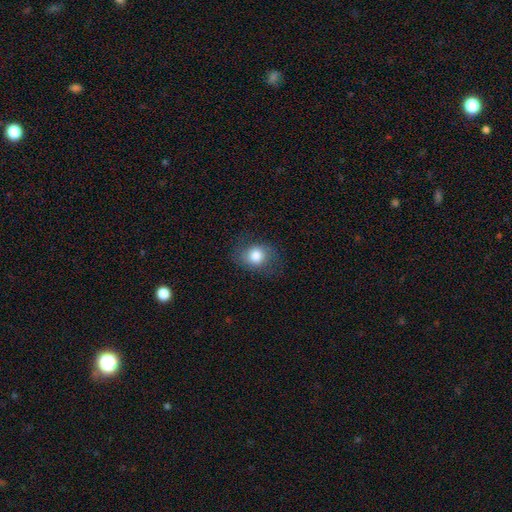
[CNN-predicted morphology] This is likely a smooth galaxy (78%). How rounded: possibly round (53%). Merging: likely none (72%).